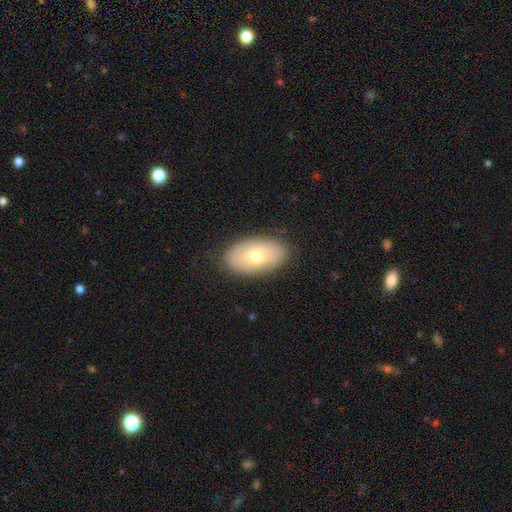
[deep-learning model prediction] Smooth or featured? Predicted: smooth (p=0.67). How rounded? Predicted: in between (p=0.93). Merging? Predicted: none (p=0.86).